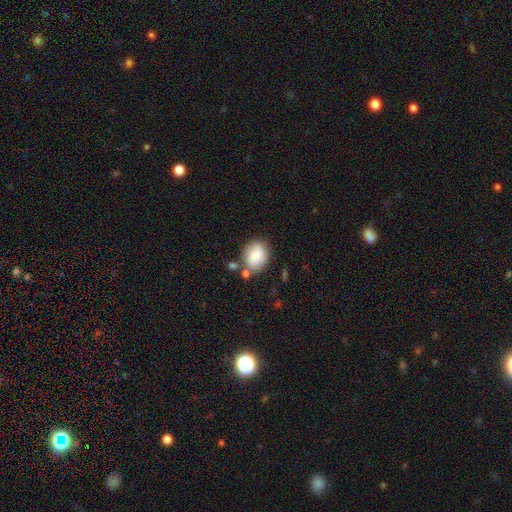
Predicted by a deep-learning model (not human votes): Morphology: type=smooth (78%); roundness=in between (64%); merging=none (62%).